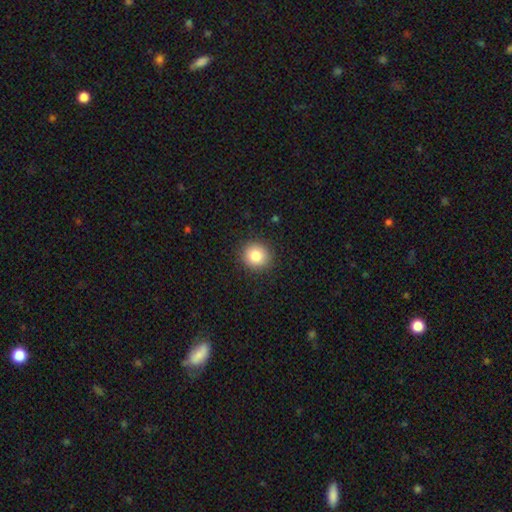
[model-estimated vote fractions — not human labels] A smooth galaxy with no disk features (83%) that is round (89%).

Vote fractions:
- Smooth or featured? smooth: 83% / star or artifact: 10% / featured or disk: 7%
- How rounded? round: 89% / in between: 10% / cigar-shaped: 1%
- Merging? none: 91% / minor disturbance: 6% / major disturbance: 2% / merger: 1%